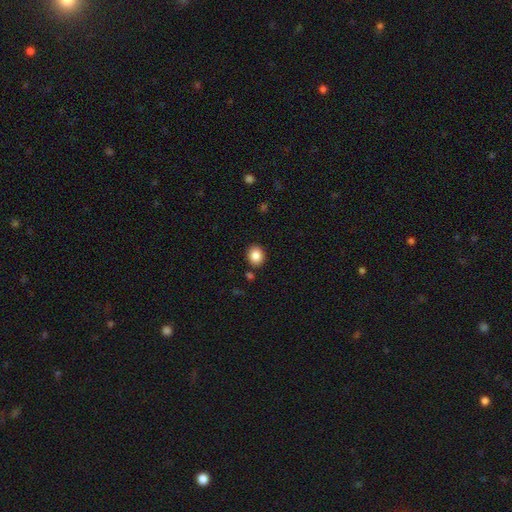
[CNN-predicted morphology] The model was most divided on "how rounded": round: 62%, in between: 37%, cigar-shaped: 1%. More confident: merging — none (87%); smooth or featured — smooth (86%).